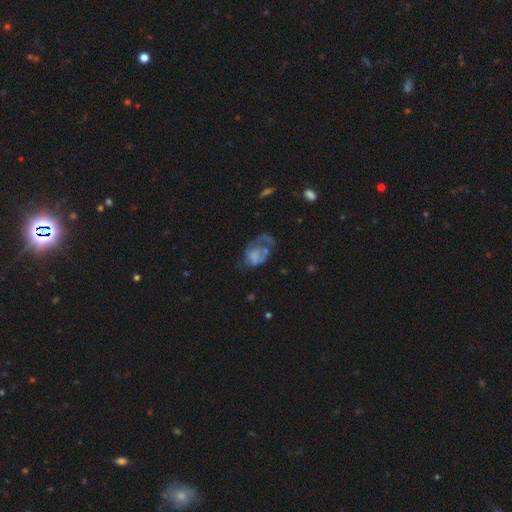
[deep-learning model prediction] This is possibly a featured or disk galaxy (50%). Merging: possibly major disturbance (48%).